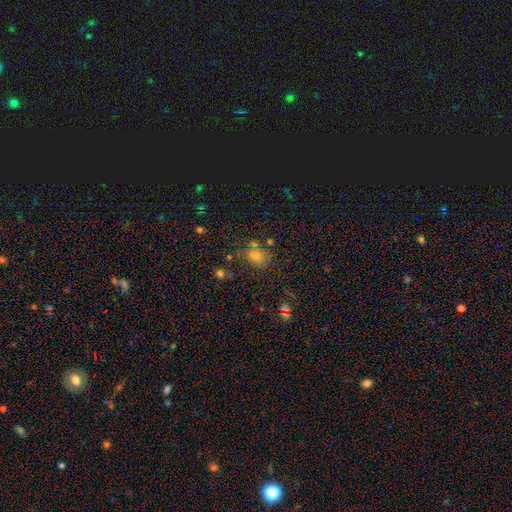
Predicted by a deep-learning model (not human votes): Q: Smooth or featured?
A: smooth (57%); runner-up: star or artifact (34%)
Q: How rounded?
A: round (60%); runner-up: in between (39%)
Q: Merging?
A: none (68%); runner-up: minor disturbance (16%)